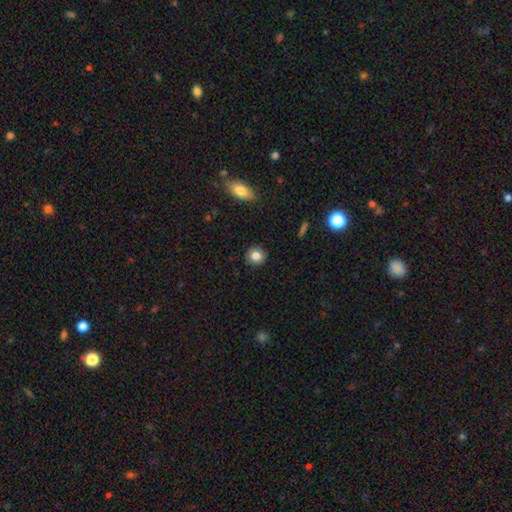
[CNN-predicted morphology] Smooth or featured?
  - smooth: 83% *
  - star or artifact: 9%
  - featured or disk: 7%
How rounded?
  - round: 88% *
  - in between: 11%
  - cigar-shaped: 1%
Merging?
  - none: 90% *
  - minor disturbance: 7%
  - major disturbance: 2%
  - merger: 1%